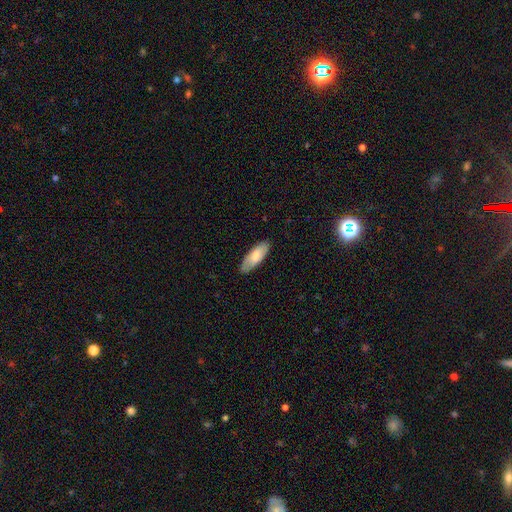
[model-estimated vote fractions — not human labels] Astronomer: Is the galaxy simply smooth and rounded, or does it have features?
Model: smooth — 77%.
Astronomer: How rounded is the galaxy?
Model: in between — 68%.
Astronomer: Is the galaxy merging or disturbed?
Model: none — 84%.